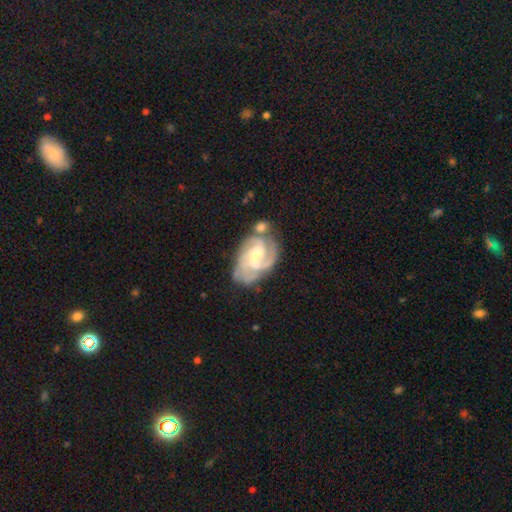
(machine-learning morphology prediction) This is clearly a featured or disk galaxy (89%). It is clearly not viewed edge-on (98%). Bar: possibly weak (49%). Spiral arm pattern: clearly yes (97%). Spiral arm count: possibly 2 (46%). Spiral winding: possibly tight (47%). Central bulge: possibly moderate (55%). Merging: possibly none (57%).